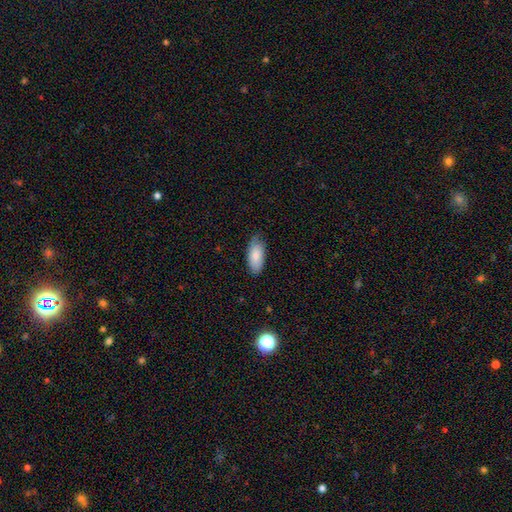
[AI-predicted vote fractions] A smooth galaxy with no disk features (85%) that is in between round and cigar-shaped (88%). Merging: none (78%).